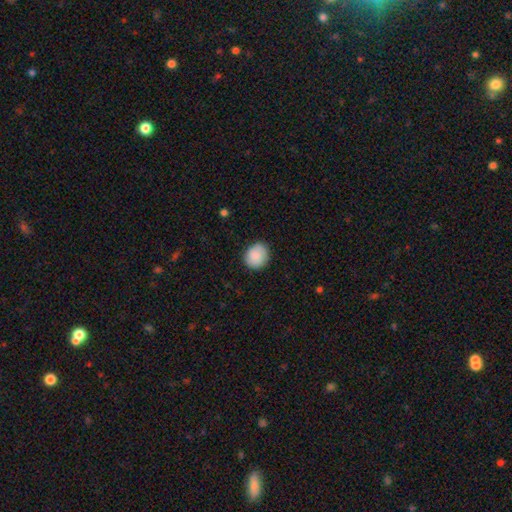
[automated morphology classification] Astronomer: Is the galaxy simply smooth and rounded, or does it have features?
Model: smooth — 87%.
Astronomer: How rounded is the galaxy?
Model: round — 76%.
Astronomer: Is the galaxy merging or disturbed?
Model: none — 83%.